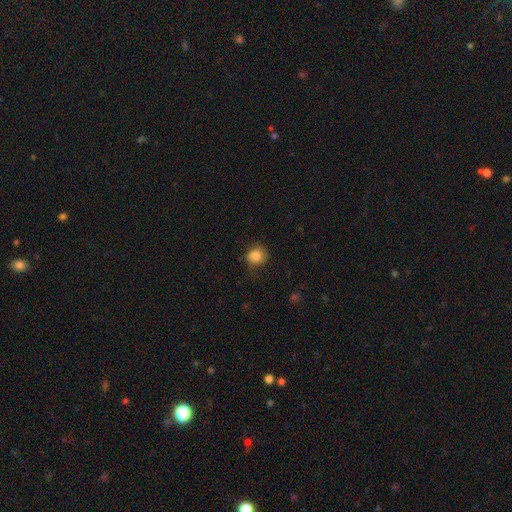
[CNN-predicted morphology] Smooth or featured? Predicted: smooth (p=0.83). How rounded? Predicted: round (p=0.84). Merging? Predicted: none (p=0.75).